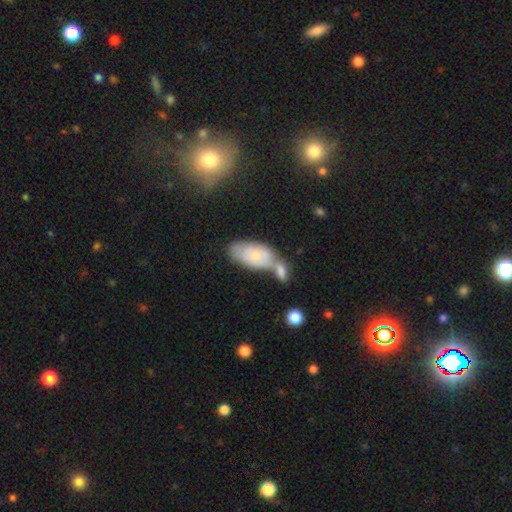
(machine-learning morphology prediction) This is likely a smooth galaxy (63%). How rounded: clearly in between (92%). Merging: possibly merger (46%).